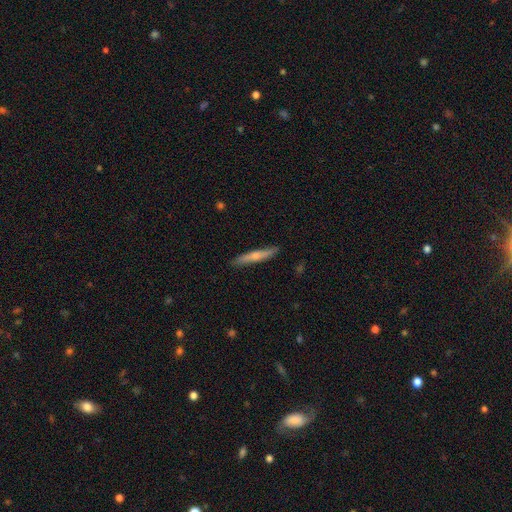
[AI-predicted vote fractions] Smooth or featured?
  - smooth: 55% *
  - featured or disk: 39%
  - star or artifact: 6%
How rounded?
  - cigar-shaped: 93% *
  - in between: 6%
  - round: 1%
Merging?
  - none: 87% *
  - minor disturbance: 10%
  - major disturbance: 2%
  - merger: 1%